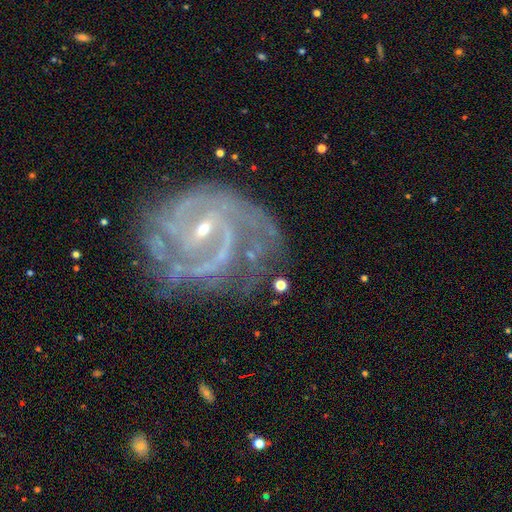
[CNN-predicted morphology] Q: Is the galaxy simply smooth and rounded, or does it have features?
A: featured or disk — 90%.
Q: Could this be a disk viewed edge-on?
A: no — 98%.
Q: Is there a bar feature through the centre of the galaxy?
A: weak — 47%.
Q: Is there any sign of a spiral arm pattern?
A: yes — 97%.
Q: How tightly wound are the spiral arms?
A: tight — 47%.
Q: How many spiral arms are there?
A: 2 — 42%.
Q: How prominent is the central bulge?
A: small — 78%.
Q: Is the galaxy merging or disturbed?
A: none — 58%.